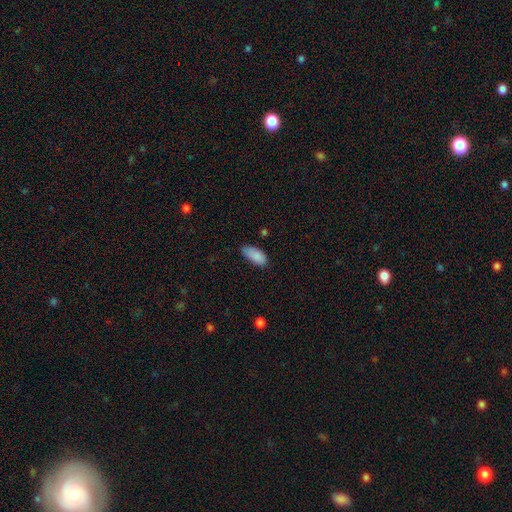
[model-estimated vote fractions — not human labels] This is clearly a smooth galaxy (88%). How rounded: clearly in between (90%). Merging: likely none (69%).